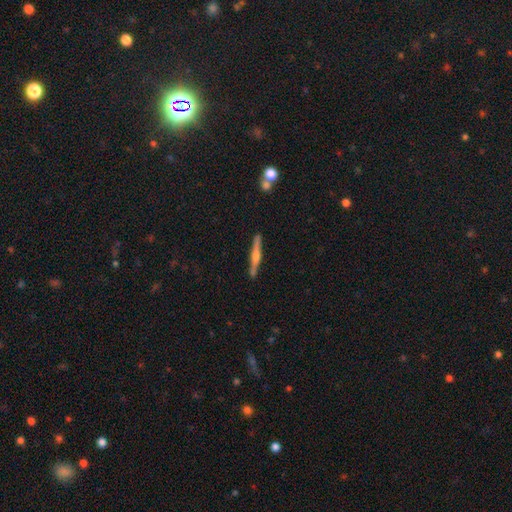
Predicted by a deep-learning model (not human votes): A featured or disk galaxy (70%) viewed edge-on (97%) with a rounded central bulge (73%). Merging: none (87%).